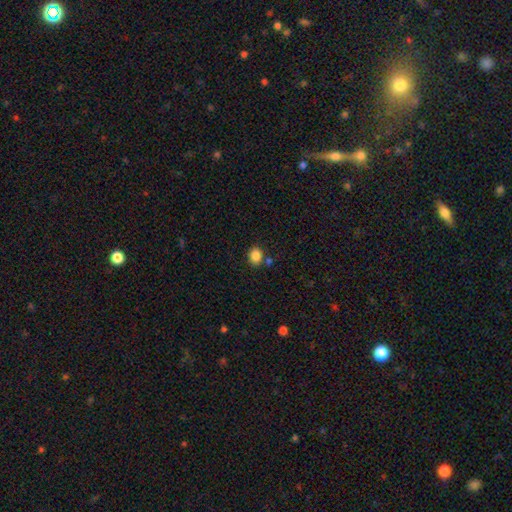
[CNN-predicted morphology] This is clearly a smooth galaxy (86%). How rounded: possibly in between (54%). Merging: likely none (78%).